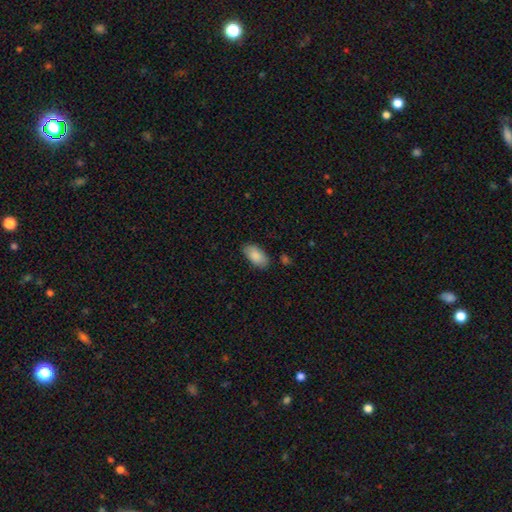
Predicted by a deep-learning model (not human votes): smooth_or_featured: smooth (p=0.87) [alt: featured or disk p=0.06]
how_rounded: in between (p=0.94) [alt: cigar-shaped p=0.04]
merging: none (p=0.83) [alt: minor disturbance p=0.12]